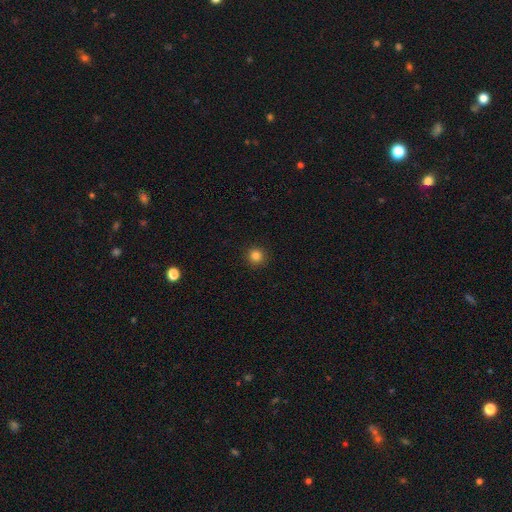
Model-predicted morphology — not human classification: type=smooth (84%); roundness=round (95%); merging=none (92%).